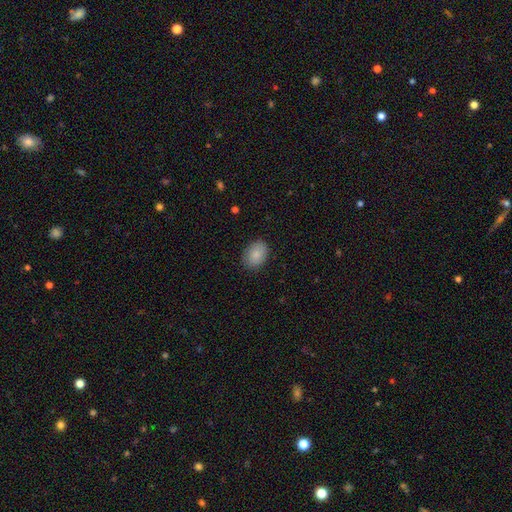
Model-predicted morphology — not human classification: Smooth or featured? Predicted: smooth (p=0.87). How rounded? Predicted: in between (p=0.75). Merging? Predicted: none (p=0.85).